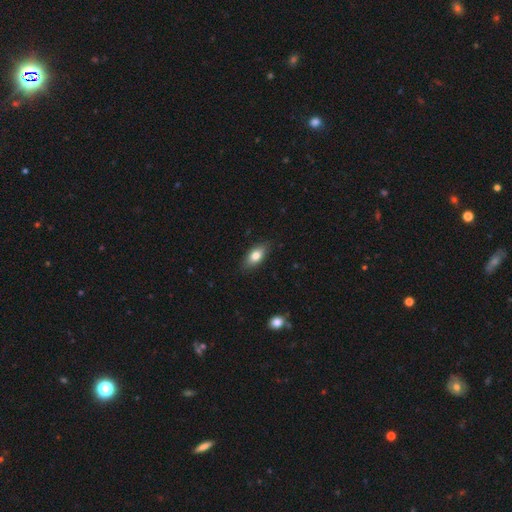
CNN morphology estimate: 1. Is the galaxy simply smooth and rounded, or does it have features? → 79% smooth, 14% featured or disk, 7% star or artifact.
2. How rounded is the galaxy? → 86% in between, 9% cigar-shaped, 5% round.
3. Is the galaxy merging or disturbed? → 85% none, 12% minor disturbance, 2% major disturbance, 1% merger.